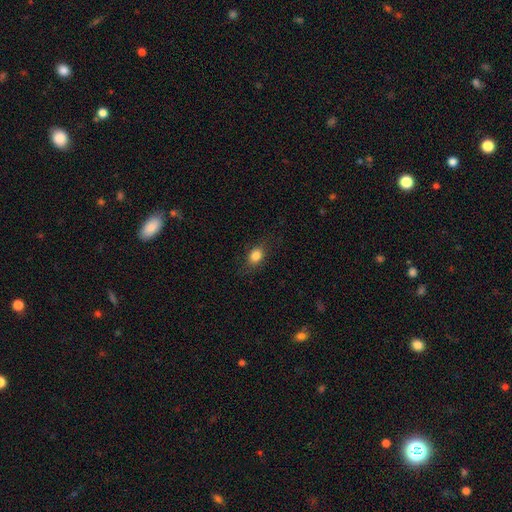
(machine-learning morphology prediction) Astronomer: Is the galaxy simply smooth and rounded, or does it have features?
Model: smooth — 82%.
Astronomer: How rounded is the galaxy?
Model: in between — 64%.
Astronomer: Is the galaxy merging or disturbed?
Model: none — 79%.